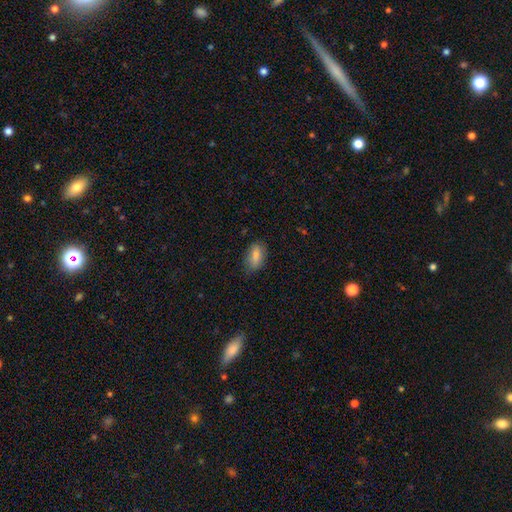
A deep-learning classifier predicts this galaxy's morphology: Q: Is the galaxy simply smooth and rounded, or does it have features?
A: smooth — 85%.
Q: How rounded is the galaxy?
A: in between — 88%.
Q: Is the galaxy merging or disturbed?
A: none — 75%.